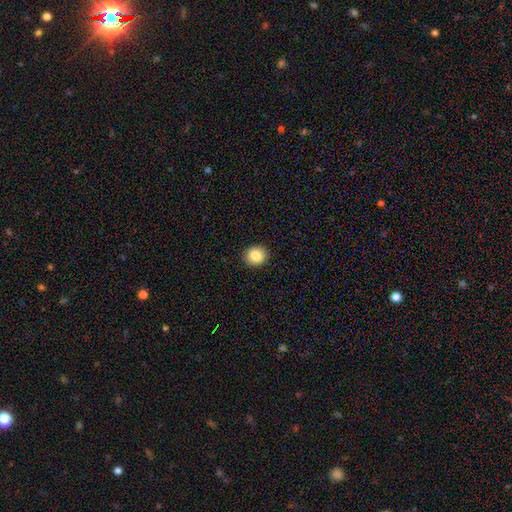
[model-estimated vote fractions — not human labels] smooth 86%, star or artifact 9%, featured or disk 5%. Down the decision tree: how rounded — round (76%); merging — none (92%).